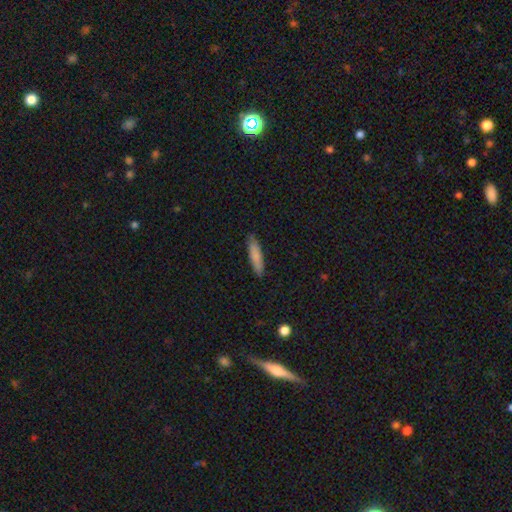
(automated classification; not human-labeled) A smooth galaxy with no disk features (83%) that is cigar-shaped (81%). Merging: none (88%).